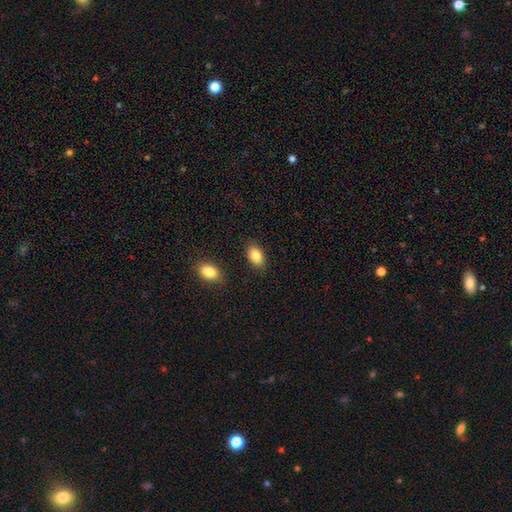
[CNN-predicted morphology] Q: Smooth or featured?
A: smooth (85%); runner-up: featured or disk (8%)
Q: How rounded?
A: in between (91%); runner-up: round (7%)
Q: Merging?
A: none (86%); runner-up: minor disturbance (9%)